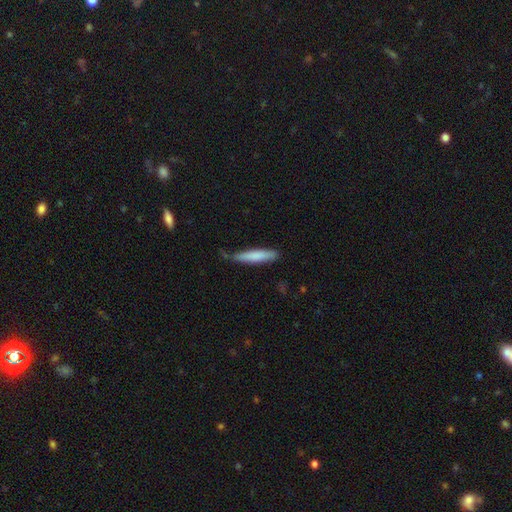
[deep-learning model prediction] A smooth galaxy with no disk features (78%) that is cigar-shaped (88%).

Vote fractions:
- Smooth or featured? smooth: 78% / featured or disk: 17% / star or artifact: 5%
- How rounded? cigar-shaped: 88% / in between: 11% / round: 1%
- Merging? none: 70% / minor disturbance: 24% / major disturbance: 4% / merger: 3%